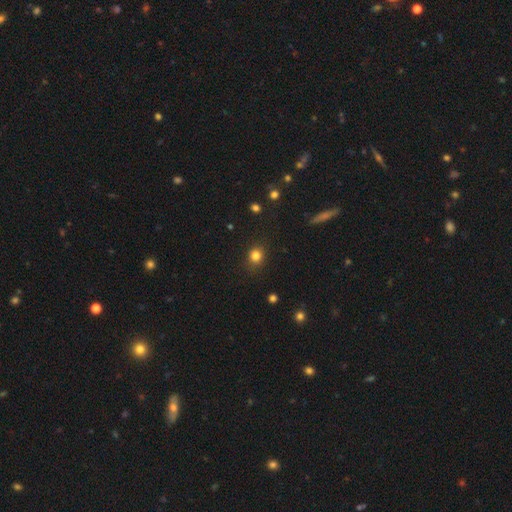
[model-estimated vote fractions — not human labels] Morphology: type=smooth (82%); roundness=round (78%); merging=none (86%).